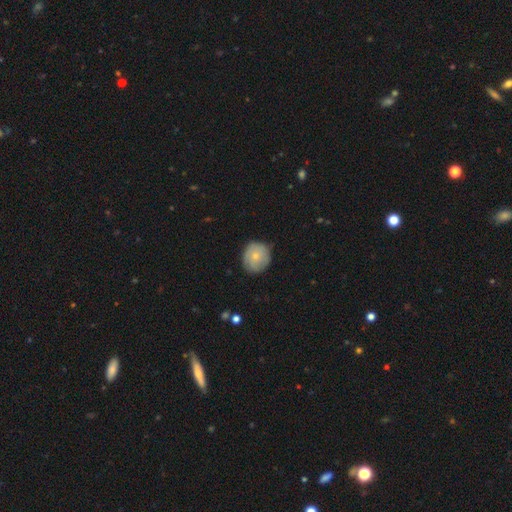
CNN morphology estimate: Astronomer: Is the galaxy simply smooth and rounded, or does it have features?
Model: smooth — 66%.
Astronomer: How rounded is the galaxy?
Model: round — 84%.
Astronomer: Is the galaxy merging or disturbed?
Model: none — 78%.